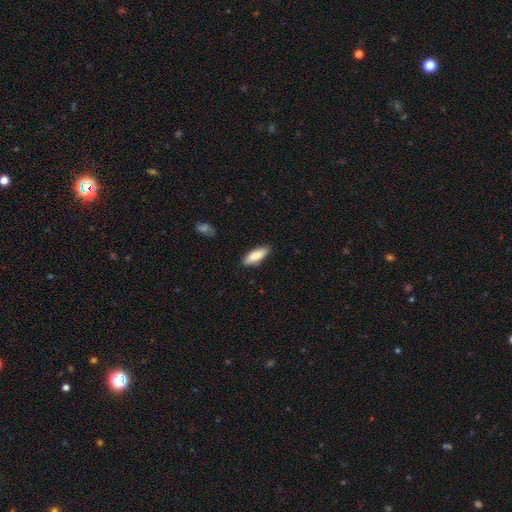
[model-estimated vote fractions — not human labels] This is clearly a smooth galaxy (85%). How rounded: likely in between (64%). Merging: clearly none (85%).